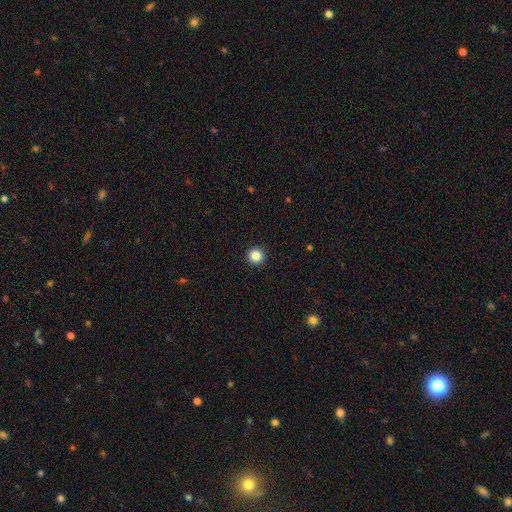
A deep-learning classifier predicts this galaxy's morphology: type=smooth (85%); roundness=round (96%); merging=none (94%).